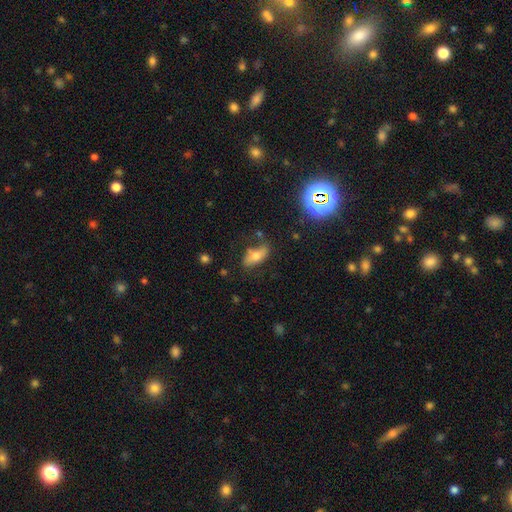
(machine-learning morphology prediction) A smooth galaxy with no disk features (57%) that is in between round and cigar-shaped (78%). Merging: none (66%).